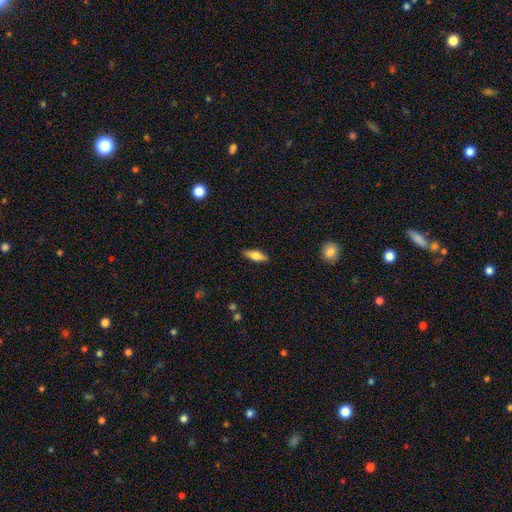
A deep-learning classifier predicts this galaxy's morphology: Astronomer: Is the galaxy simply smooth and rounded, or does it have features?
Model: smooth — 62%.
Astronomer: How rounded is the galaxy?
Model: in between — 57% (runner-up: cigar-shaped, 40%).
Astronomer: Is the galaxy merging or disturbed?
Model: none — 89%.